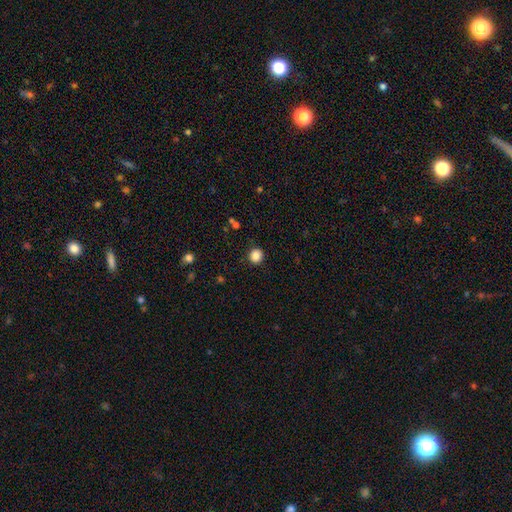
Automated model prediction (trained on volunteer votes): Smooth or featured? Predicted: smooth (p=0.86). How rounded? Predicted: round (p=0.91). Merging? Predicted: none (p=0.91).